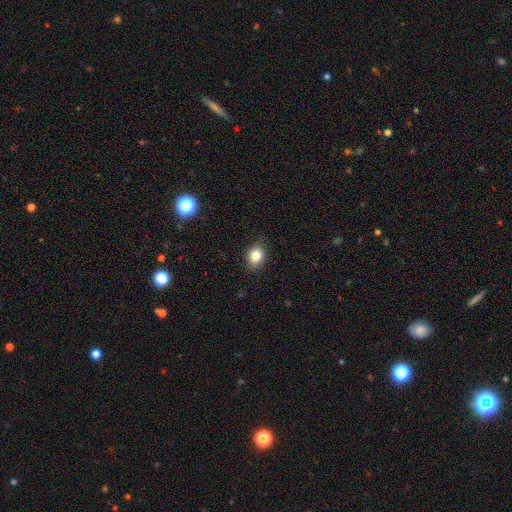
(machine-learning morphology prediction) Q: Smooth or featured?
A: smooth (82%); runner-up: star or artifact (10%)
Q: How rounded?
A: in between (58%); runner-up: round (41%)
Q: Merging?
A: none (84%); runner-up: minor disturbance (12%)